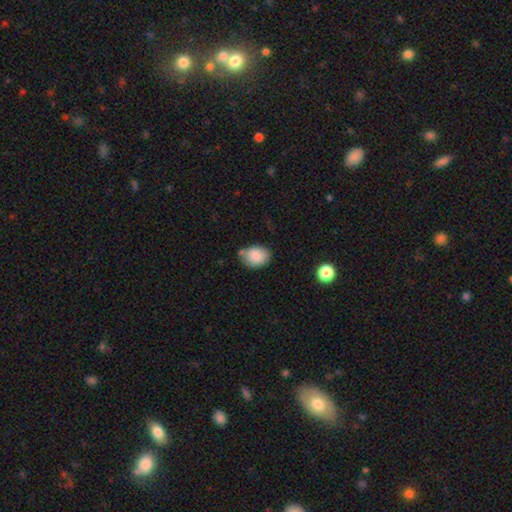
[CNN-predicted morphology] smooth_or_featured: smooth (p=0.87) [alt: star or artifact p=0.08]
how_rounded: in between (p=0.59) [alt: round p=0.40]
merging: none (p=0.65) [alt: minor disturbance p=0.22]